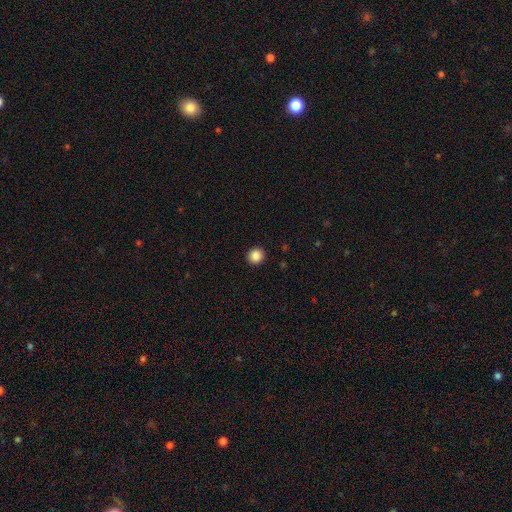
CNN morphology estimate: A smooth galaxy with no disk features (87%) that is round (92%).

Vote fractions:
- Smooth or featured? smooth: 87% / star or artifact: 10% / featured or disk: 4%
- How rounded? round: 92% / in between: 7% / cigar-shaped: 1%
- Merging? none: 93% / minor disturbance: 4% / major disturbance: 2% / merger: 1%